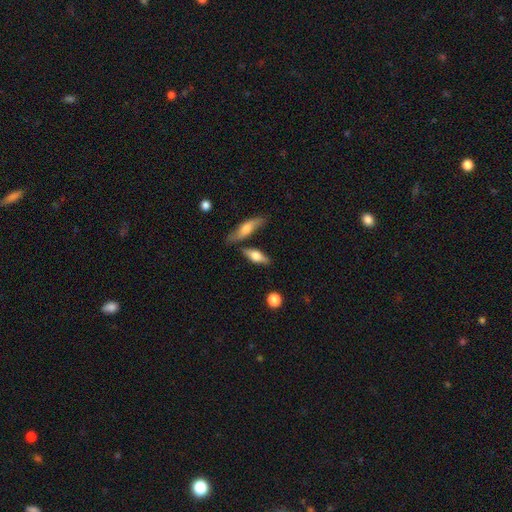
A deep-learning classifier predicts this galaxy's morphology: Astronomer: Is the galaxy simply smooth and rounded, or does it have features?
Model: smooth — 56% (runner-up: featured or disk, 38%).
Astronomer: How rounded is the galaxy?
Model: in between — 59% (runner-up: cigar-shaped, 37%).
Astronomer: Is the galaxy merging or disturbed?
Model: none — 70%.